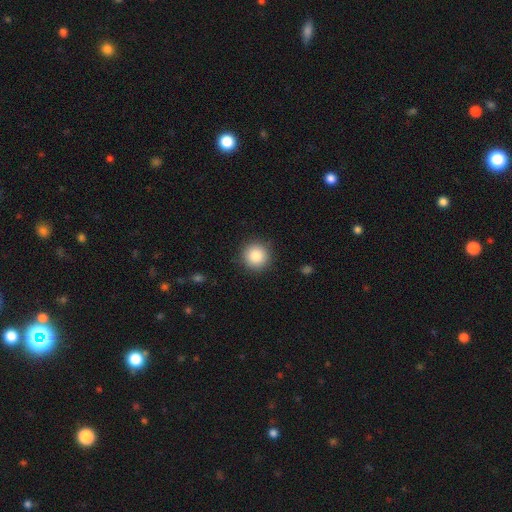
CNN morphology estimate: Q: Smooth or featured?
A: smooth (86%); runner-up: star or artifact (9%)
Q: How rounded?
A: round (94%); runner-up: in between (5%)
Q: Merging?
A: none (90%); runner-up: minor disturbance (7%)